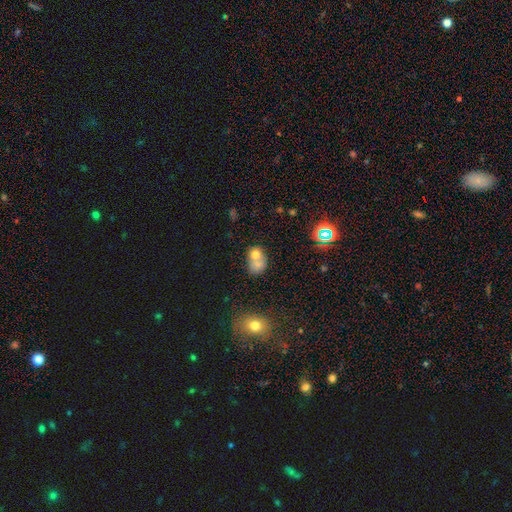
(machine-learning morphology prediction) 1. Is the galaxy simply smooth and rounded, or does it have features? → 67% smooth, 20% featured or disk, 13% star or artifact.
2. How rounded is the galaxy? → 52% round, 47% in between, 1% cigar-shaped.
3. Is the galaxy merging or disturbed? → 63% merger, 25% none, 8% minor disturbance, 5% major disturbance.